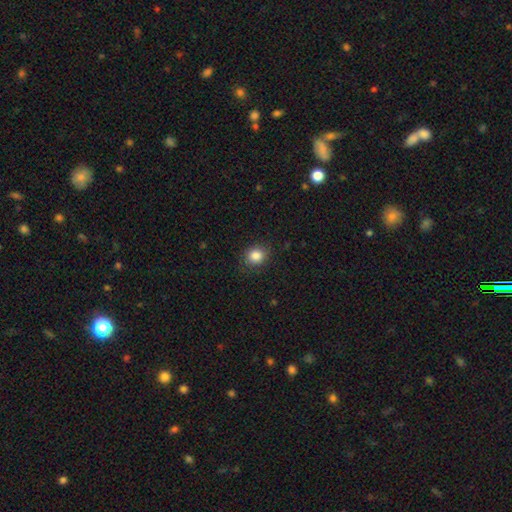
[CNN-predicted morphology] This appears to be a smooth galaxy with no disk features (85%) that is round (75%). Merging: none (86%).